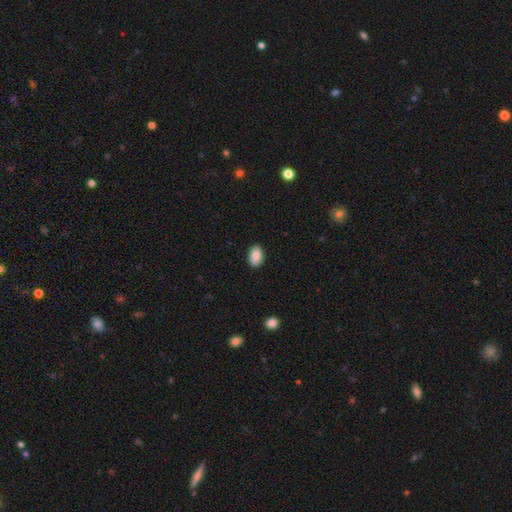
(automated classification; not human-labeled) This appears to be a smooth galaxy with no disk features (89%) that is in between round and cigar-shaped (92%). Merging: none (89%).